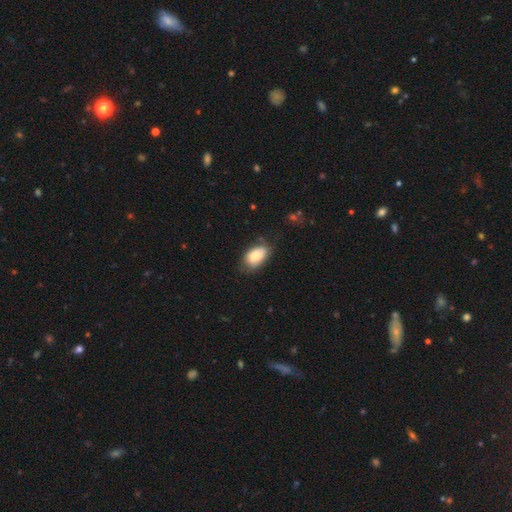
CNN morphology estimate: smooth 82%, featured or disk 12%, star or artifact 7%. Down the decision tree: how rounded — in between (92%); merging — none (64%).